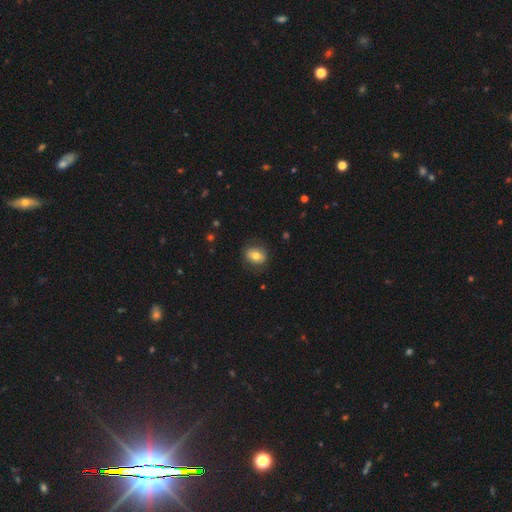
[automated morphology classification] Smooth or featured? smooth (73%)
How rounded? round (55%)
Merging? none (81%)